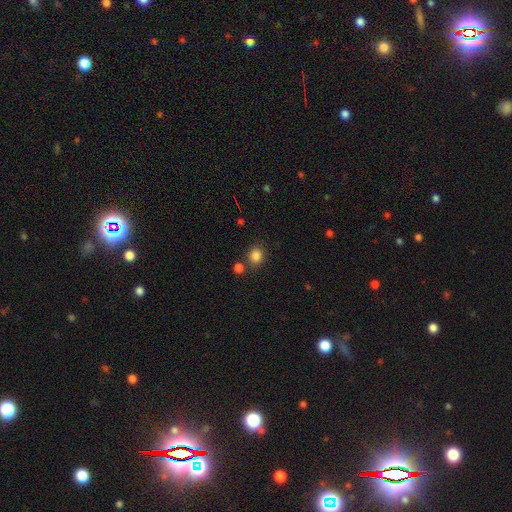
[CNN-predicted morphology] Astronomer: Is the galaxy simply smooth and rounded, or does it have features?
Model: smooth — 83%.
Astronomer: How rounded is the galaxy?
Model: round — 76%.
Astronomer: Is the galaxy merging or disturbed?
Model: none — 78%.